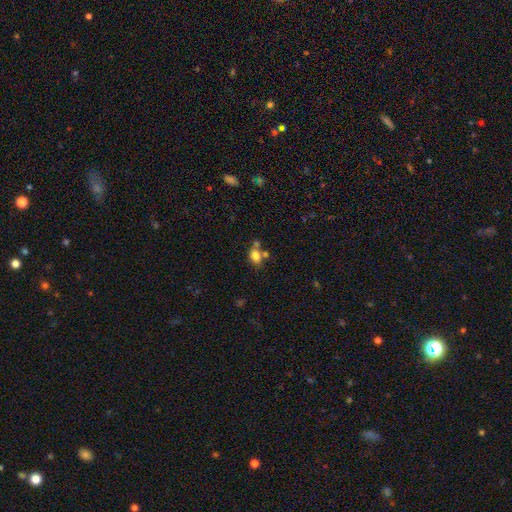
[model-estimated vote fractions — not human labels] Morphology: type=smooth (78%); roundness=in between (69%); merging=none (50%).